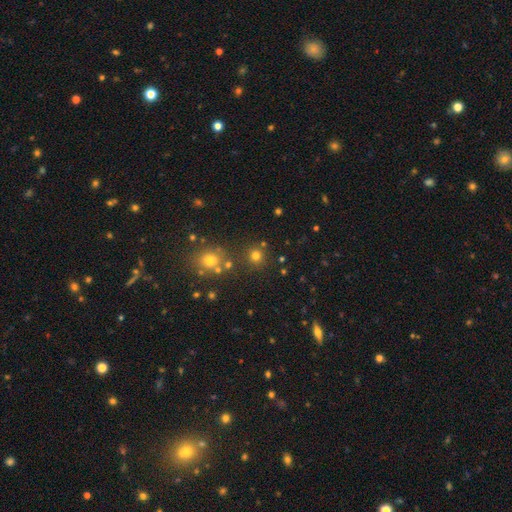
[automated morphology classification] type=smooth (72%); roundness=round (92%); merging=none (81%).